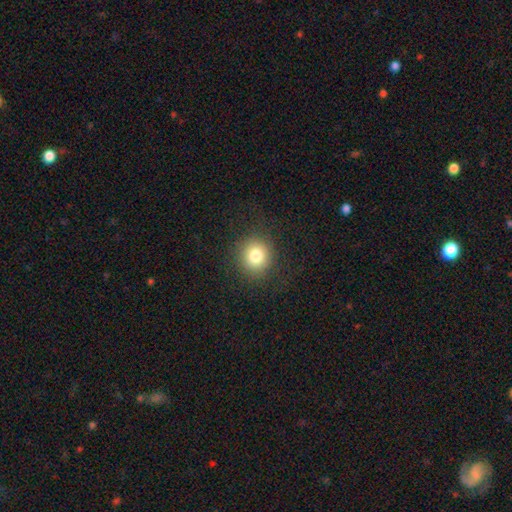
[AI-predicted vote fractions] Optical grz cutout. It shows a smooth galaxy with no disk features (80%) that is round (88%). Merging: none (88%).